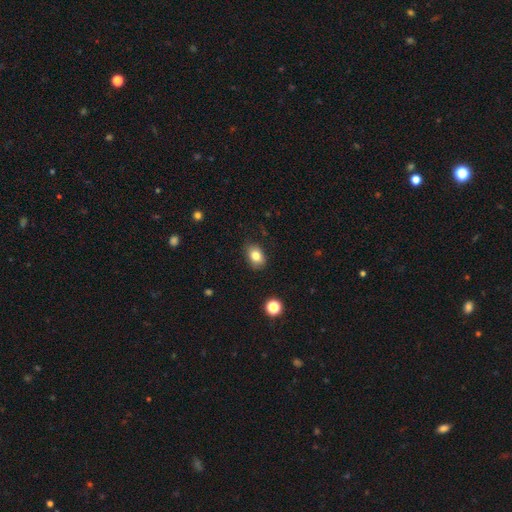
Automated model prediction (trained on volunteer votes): This is clearly a smooth galaxy (83%). How rounded: likely in between (73%). Merging: clearly none (83%).